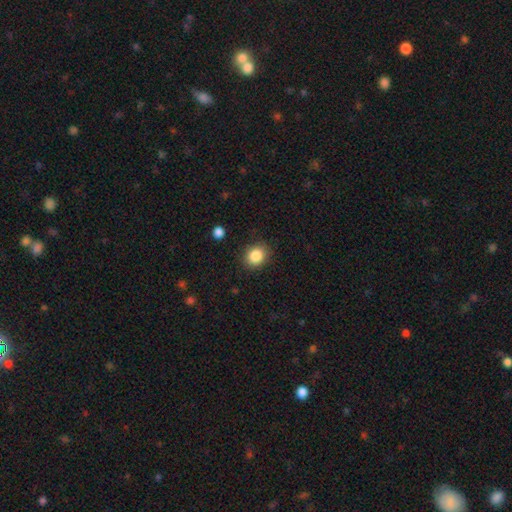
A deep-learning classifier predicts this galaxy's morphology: Smooth or featured? Predicted: smooth (p=0.86). How rounded? Predicted: round (p=0.68). Merging? Predicted: none (p=0.87).